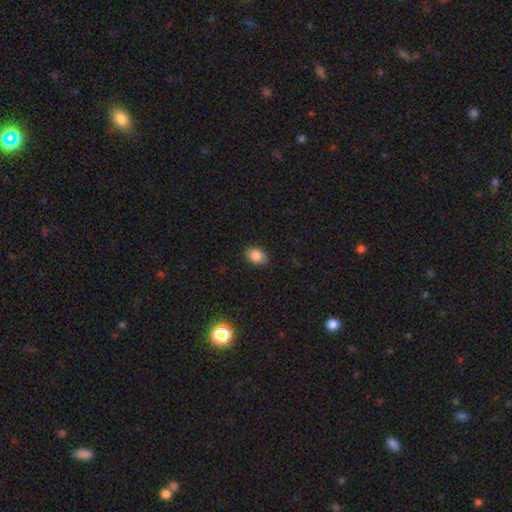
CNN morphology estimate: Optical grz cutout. It shows a smooth galaxy with no disk features (85%) that is in between round and cigar-shaped (80%). Merging: none (87%).